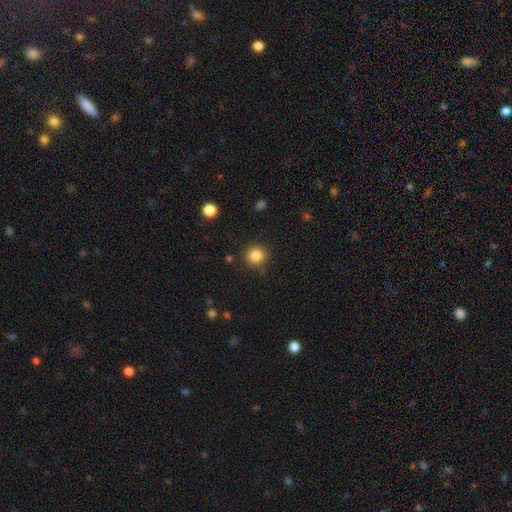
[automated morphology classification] This appears to be a smooth galaxy with no disk features (85%) that is round (87%). Merging: none (84%).